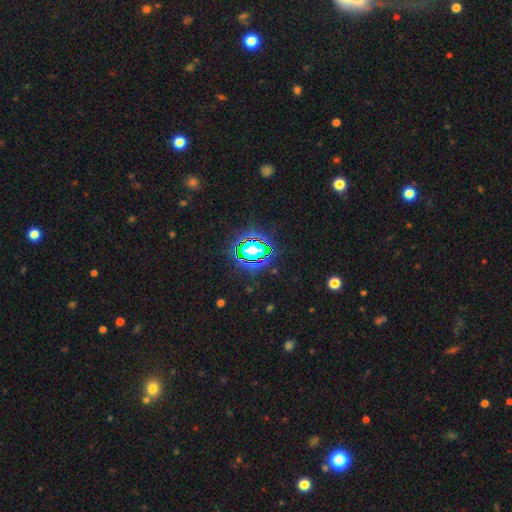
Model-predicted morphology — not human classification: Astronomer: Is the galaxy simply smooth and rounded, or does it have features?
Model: star or artifact — 68%.